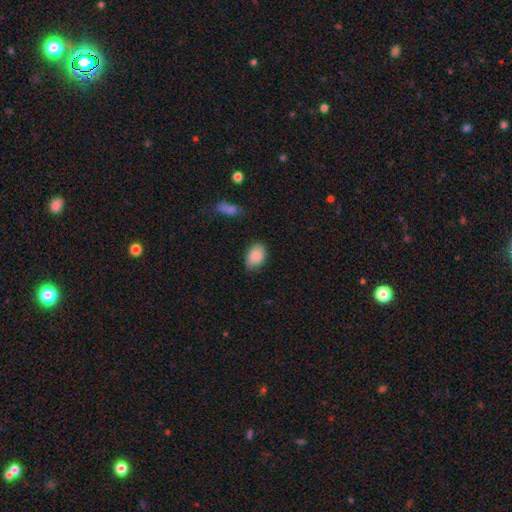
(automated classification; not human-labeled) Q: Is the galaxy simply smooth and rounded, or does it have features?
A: smooth — 87%.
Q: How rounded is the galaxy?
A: in between — 86%.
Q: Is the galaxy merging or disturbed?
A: none — 76%.